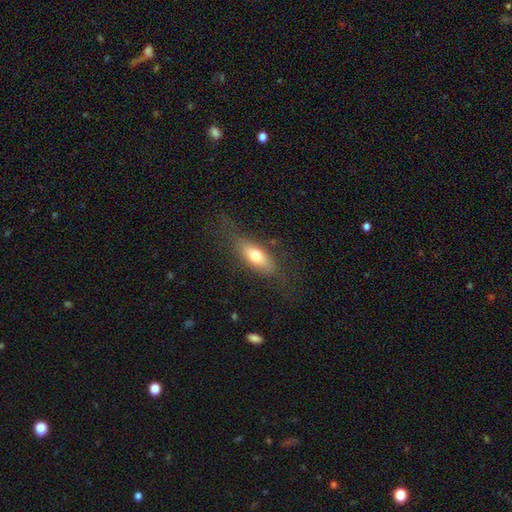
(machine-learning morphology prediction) Q: Smooth or featured?
A: smooth (69%); runner-up: featured or disk (24%)
Q: How rounded?
A: in between (73%); runner-up: cigar-shaped (23%)
Q: Merging?
A: none (70%); runner-up: minor disturbance (19%)